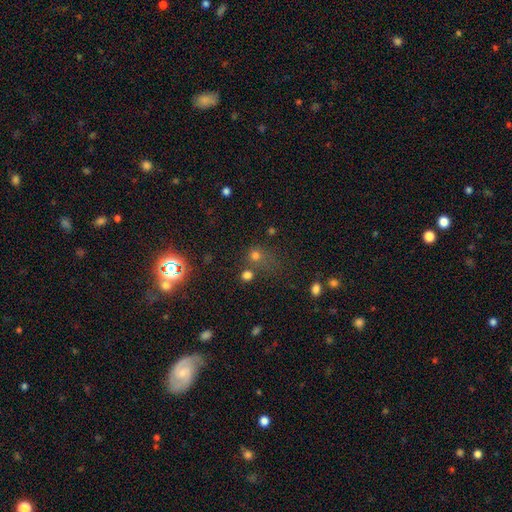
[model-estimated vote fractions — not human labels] smooth-or-featured: smooth: 63% | star or artifact: 29% | featured or disk: 9%
  how-rounded: round: 84% | in between: 14% | cigar-shaped: 1%
  merging: none: 59% | merger: 19% | minor disturbance: 12% | major disturbance: 9%